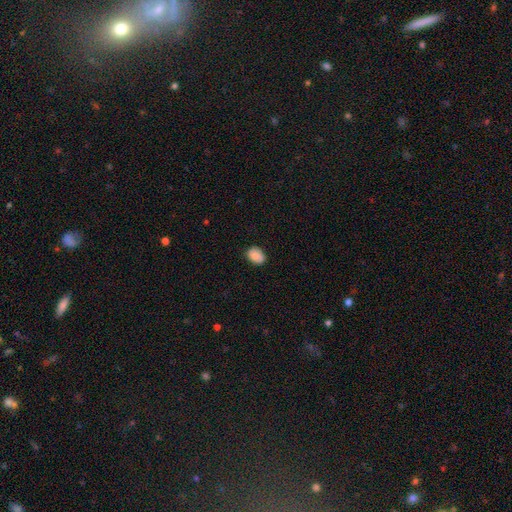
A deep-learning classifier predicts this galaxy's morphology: A smooth galaxy with no disk features (80%) that is in between round and cigar-shaped (66%).

Vote fractions:
- Smooth or featured? smooth: 80% / featured or disk: 12% / star or artifact: 8%
- How rounded? in between: 66% / round: 33% / cigar-shaped: 1%
- Merging? none: 78% / minor disturbance: 17% / major disturbance: 3% / merger: 2%